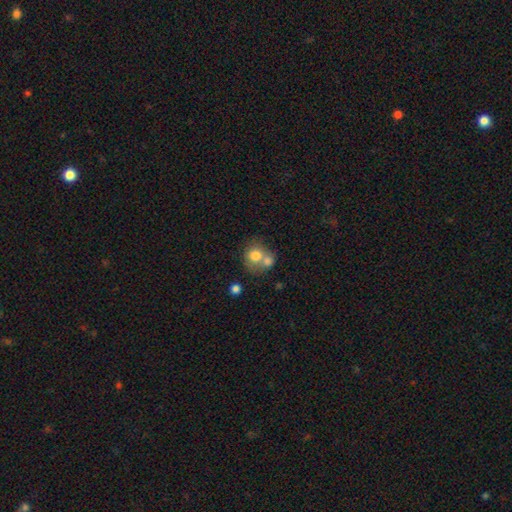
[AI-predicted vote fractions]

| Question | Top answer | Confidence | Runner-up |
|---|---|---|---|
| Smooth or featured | smooth | 74% | featured or disk (17%) |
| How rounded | round | 76% | in between (24%) |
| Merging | merger | 53% | none (33%) |